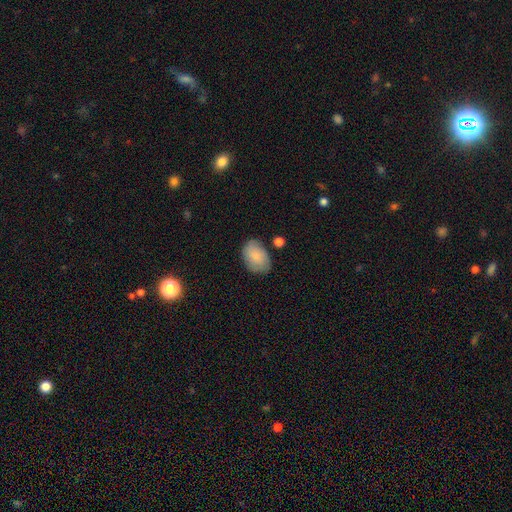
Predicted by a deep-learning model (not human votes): Smooth or featured? smooth (81%)
How rounded? in between (85%)
Merging? none (73%)